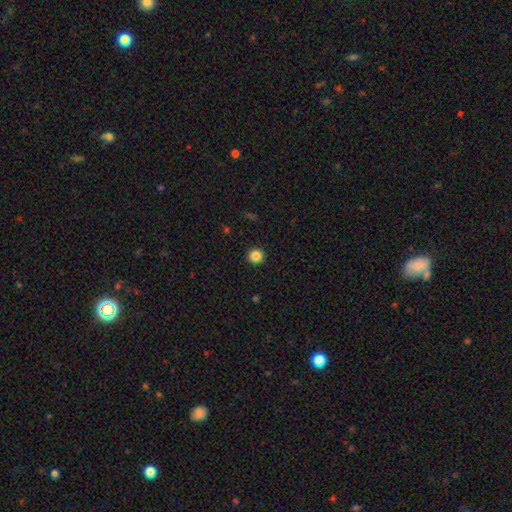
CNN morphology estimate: Smooth or featured? Predicted: smooth (p=0.86). How rounded? Predicted: round (p=0.95). Merging? Predicted: none (p=0.94).